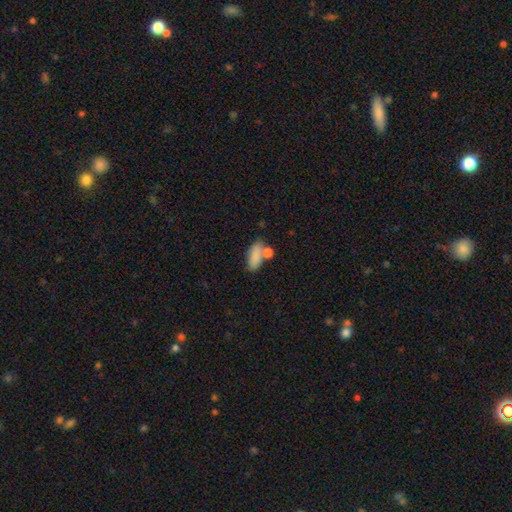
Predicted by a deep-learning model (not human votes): A smooth galaxy with no disk features (83%) that is in between round and cigar-shaped (82%).

Vote fractions:
- Smooth or featured? smooth: 83% / featured or disk: 9% / star or artifact: 8%
- How rounded? in between: 82% / cigar-shaped: 13% / round: 6%
- Merging? none: 50% / merger: 28% / minor disturbance: 16% / major disturbance: 7%